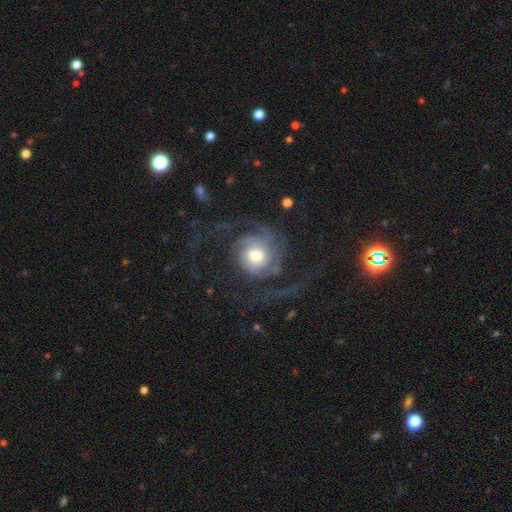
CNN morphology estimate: Smooth or featured? featured or disk (85%)
Edge-on disk? no (98%)
Bar? no (70%)
Spiral arms? yes (97%)
Spiral winding? tight (40%)
Spiral arm count? 3 (27%)
Bulge size? moderate (61%)
Merging? none (56%)